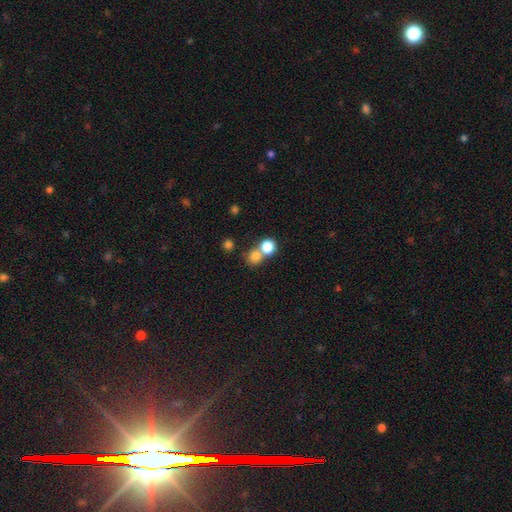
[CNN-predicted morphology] A smooth galaxy with no disk features (79%) that is round (84%).

Vote fractions:
- Smooth or featured? smooth: 79% / star or artifact: 13% / featured or disk: 8%
- How rounded? round: 84% / in between: 15% / cigar-shaped: 1%
- Merging? merger: 46% / none: 45% / minor disturbance: 6% / major disturbance: 3%